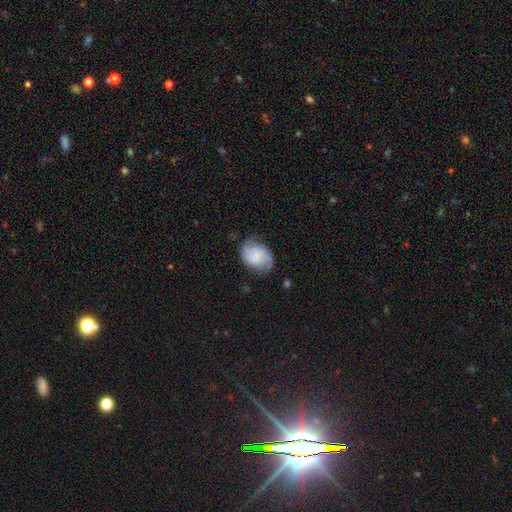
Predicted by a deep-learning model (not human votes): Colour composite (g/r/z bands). It shows a smooth galaxy with no disk features (63%) that is in between round and cigar-shaped (65%). Merging: none (58%).